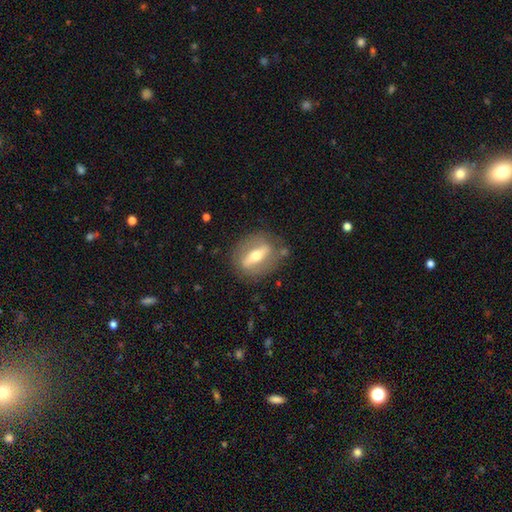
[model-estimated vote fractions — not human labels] Overall: featured or disk (67%). Edge-on disk: no (63%; yes 37%). Merging: none (78%).